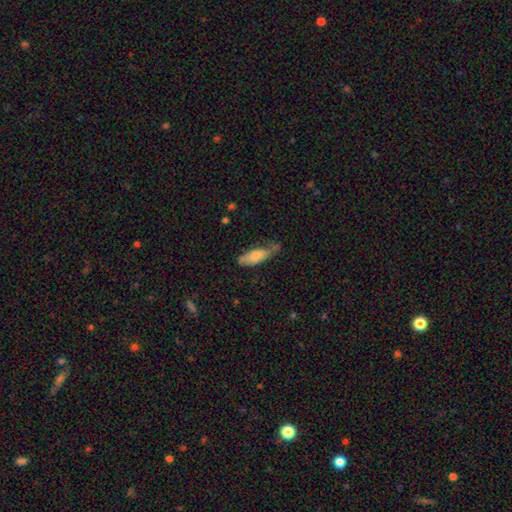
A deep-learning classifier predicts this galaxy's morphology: Overall: smooth (75%). How rounded: in between (69%). Merging: none (44%; minor disturbance 38%).